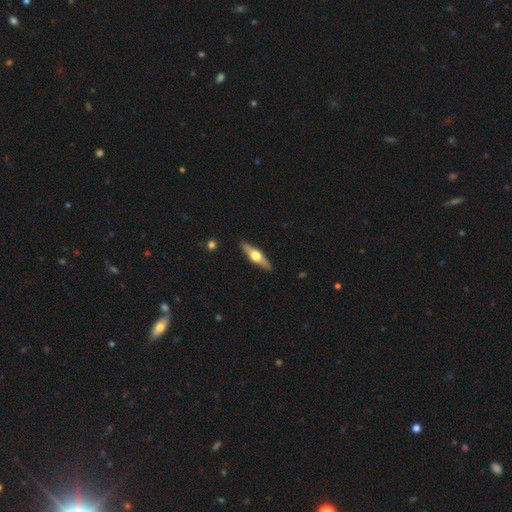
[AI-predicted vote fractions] This appears to be a featured or disk galaxy (61%) viewed edge-on (94%) with a rounded central bulge (95%). Merging: none (90%).